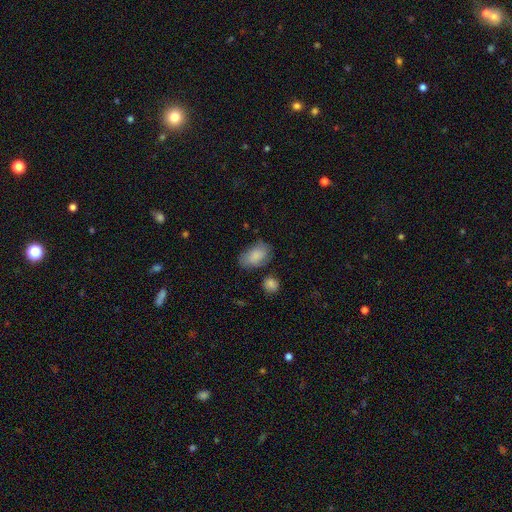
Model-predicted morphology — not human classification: Smooth or featured: smooth — 83% (featured or disk — 10%)
How rounded: in between — 91% (round — 8%)
Merging: none — 65% (minor disturbance — 24%)